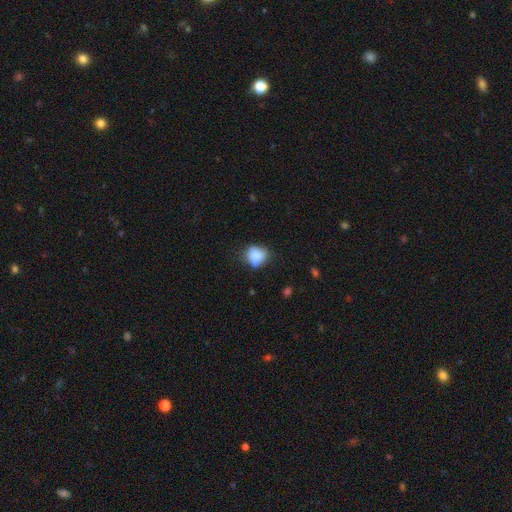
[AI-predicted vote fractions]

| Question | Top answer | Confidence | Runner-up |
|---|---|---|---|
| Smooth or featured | smooth | 84% | star or artifact (9%) |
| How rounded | round | 69% | in between (30%) |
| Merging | none | 58% | minor disturbance (31%) |